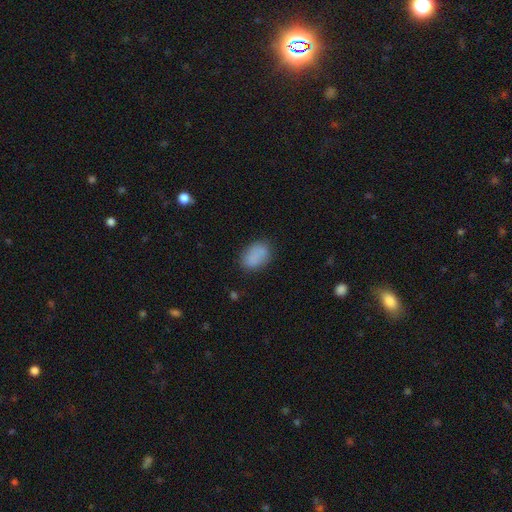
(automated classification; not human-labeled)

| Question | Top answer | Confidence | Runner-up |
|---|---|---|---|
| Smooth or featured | smooth | 84% | star or artifact (8%) |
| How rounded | in between | 80% | round (18%) |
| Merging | none | 74% | minor disturbance (18%) |